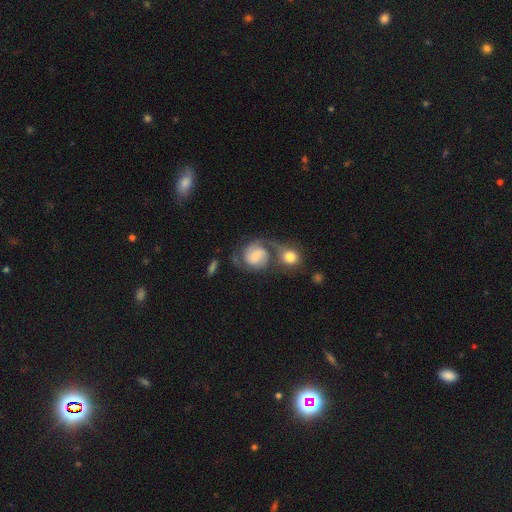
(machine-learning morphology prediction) A featured or disk galaxy (72%) with no bar (47%), 2 (78%) medium (45%) spiral arms (94%) and a small central bulge (34%). Merging: none (41%).